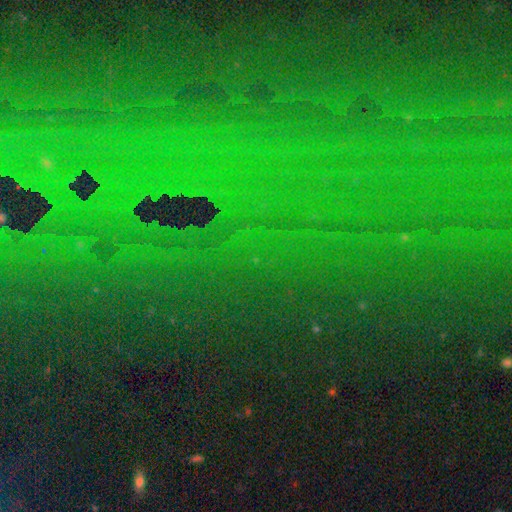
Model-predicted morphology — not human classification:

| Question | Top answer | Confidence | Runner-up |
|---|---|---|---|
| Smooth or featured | star or artifact | 81% | smooth (10%) |